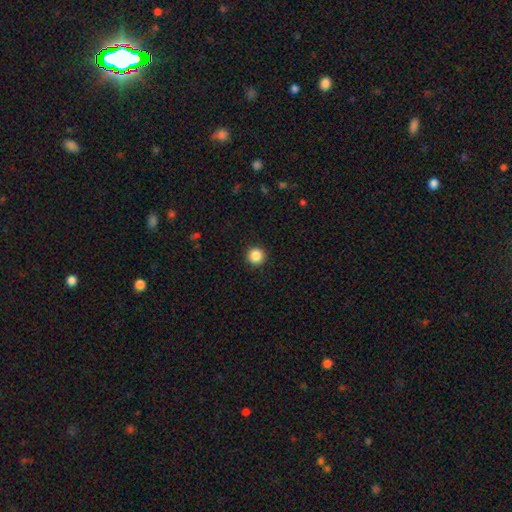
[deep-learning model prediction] Smooth or featured? smooth (87%)
How rounded? round (96%)
Merging? none (93%)